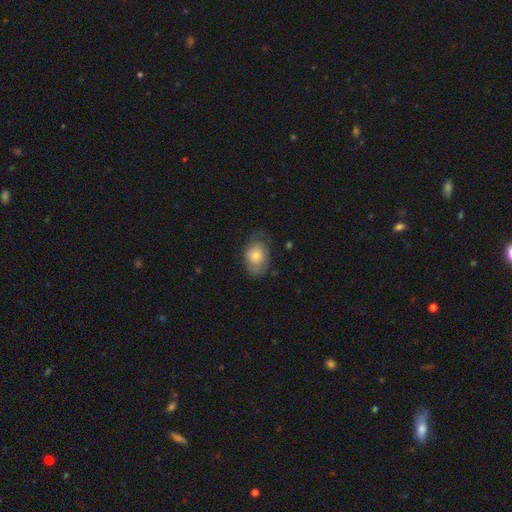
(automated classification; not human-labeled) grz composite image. It shows a smooth galaxy with no disk features (66%) that is in between round and cigar-shaped (74%). Merging: none (57%).